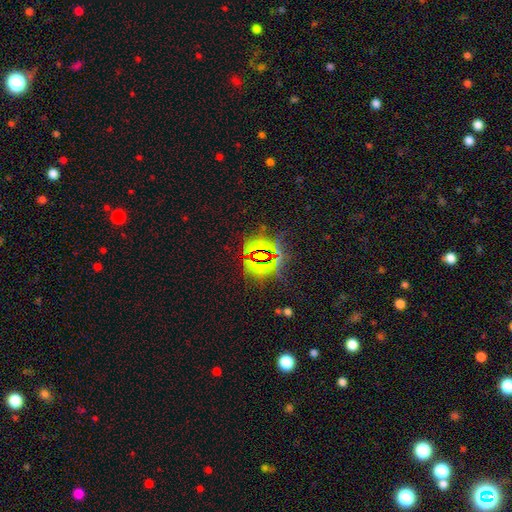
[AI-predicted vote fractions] This appears to be a star or artifact, not a galaxy (79%).